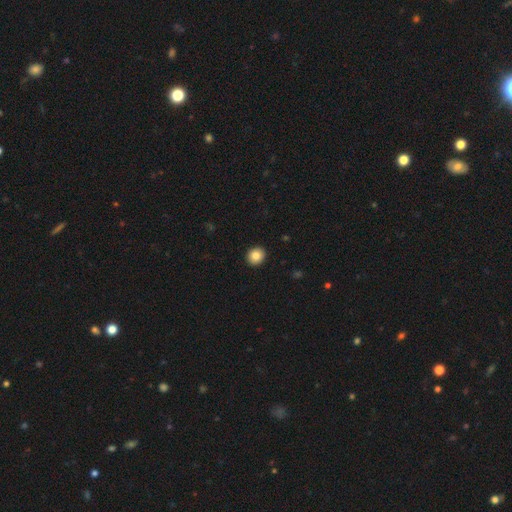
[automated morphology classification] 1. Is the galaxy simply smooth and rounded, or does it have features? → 85% smooth, 9% star or artifact, 6% featured or disk.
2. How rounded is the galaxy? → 84% round, 15% in between, 1% cigar-shaped.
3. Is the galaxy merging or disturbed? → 93% none, 5% minor disturbance, 1% major disturbance, 1% merger.